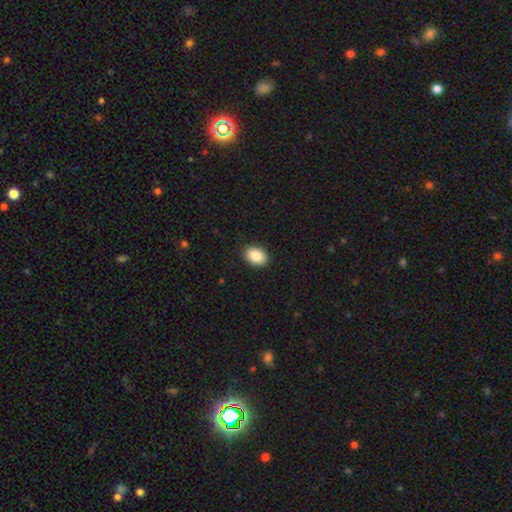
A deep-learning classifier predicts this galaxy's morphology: Smooth or featured: smooth — 87% (star or artifact — 7%)
How rounded: in between — 76% (round — 23%)
Merging: none — 91% (minor disturbance — 7%)